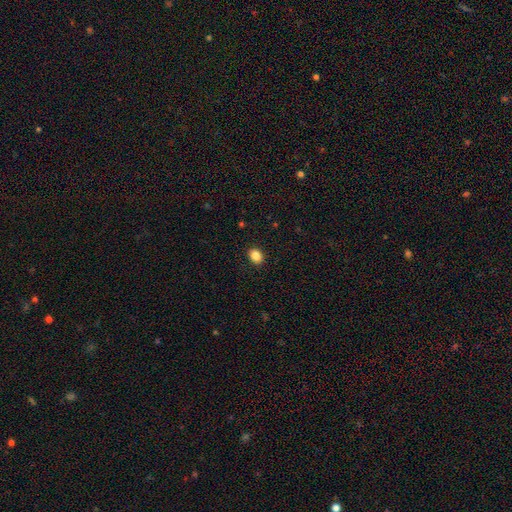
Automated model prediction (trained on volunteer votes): smooth_or_featured: smooth (p=0.87) [alt: star or artifact p=0.09]
how_rounded: in between (p=0.58) [alt: round p=0.42]
merging: none (p=0.91) [alt: minor disturbance p=0.07]